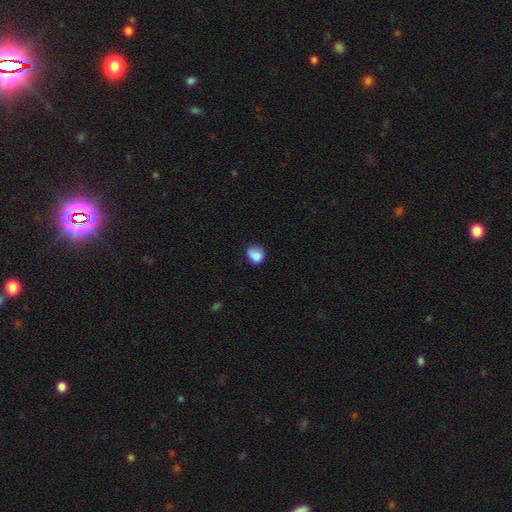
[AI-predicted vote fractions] Overall: smooth (83%). How rounded: round (66%; in between 33%). Merging: none (59%; minor disturbance 31%).